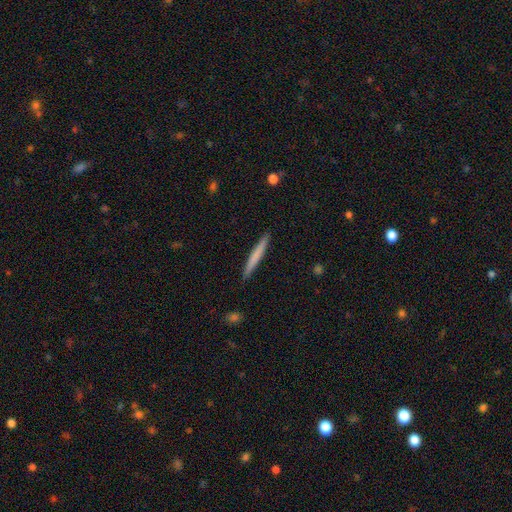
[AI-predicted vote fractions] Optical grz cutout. It shows a smooth galaxy with no disk features (68%) that is cigar-shaped (97%). Merging: none (91%).